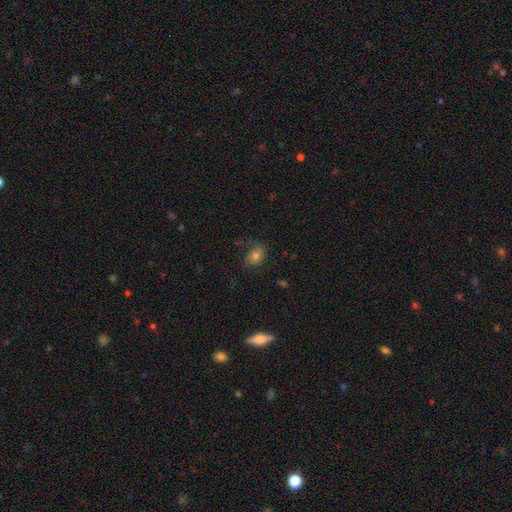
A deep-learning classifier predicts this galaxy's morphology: smooth 69%, featured or disk 18%, star or artifact 12%. Down the decision tree: how rounded — in between (59%); merging — none (66%).